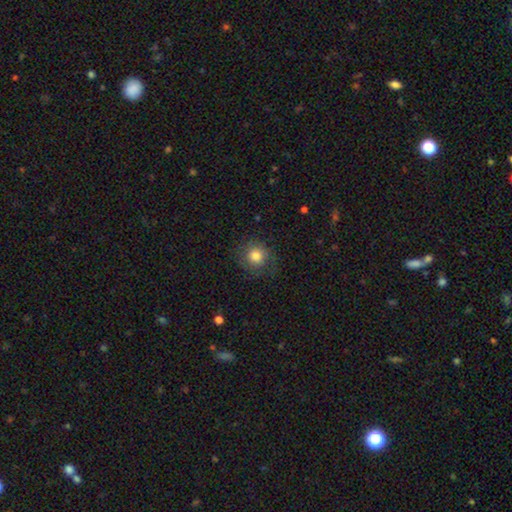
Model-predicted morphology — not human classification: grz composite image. It shows a smooth galaxy with no disk features (80%) that is round (90%). Merging: none (80%).